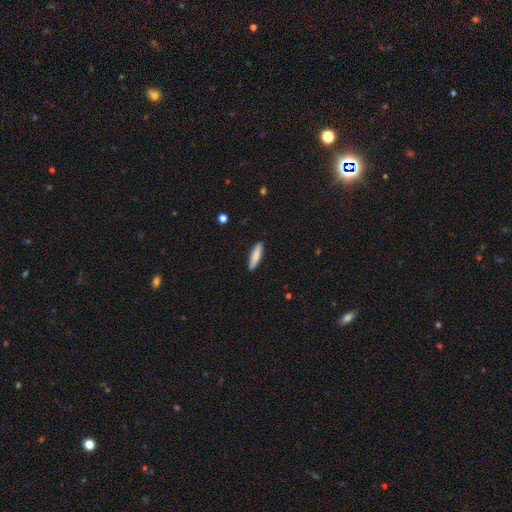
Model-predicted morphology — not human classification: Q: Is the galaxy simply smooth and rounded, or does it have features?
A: smooth — 83%.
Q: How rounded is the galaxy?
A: cigar-shaped — 76%.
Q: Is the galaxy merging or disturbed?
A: none — 89%.